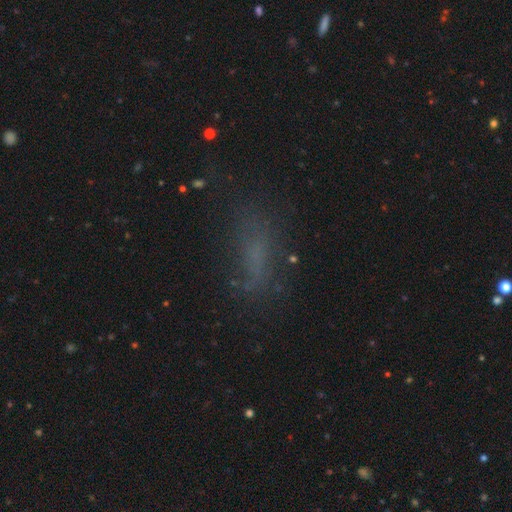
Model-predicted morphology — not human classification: smooth 50%, star or artifact 29%, featured or disk 21%. Down the decision tree: how rounded — in between (67%); merging — none (58%).